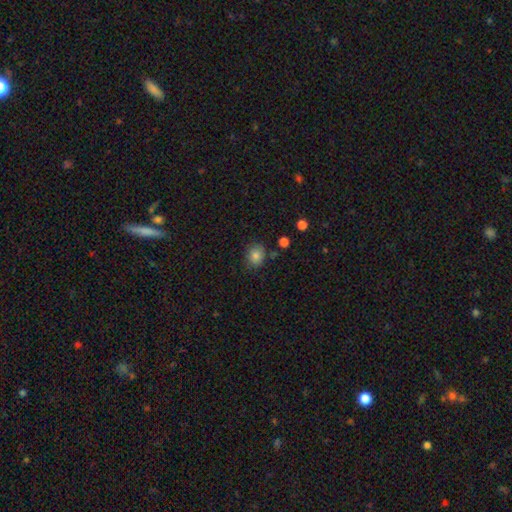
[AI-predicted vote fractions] Smooth or featured?
  - smooth: 81% *
  - star or artifact: 11%
  - featured or disk: 8%
How rounded?
  - round: 61% *
  - in between: 38%
  - cigar-shaped: 1%
Merging?
  - none: 79% *
  - minor disturbance: 14%
  - merger: 3%
  - major disturbance: 3%